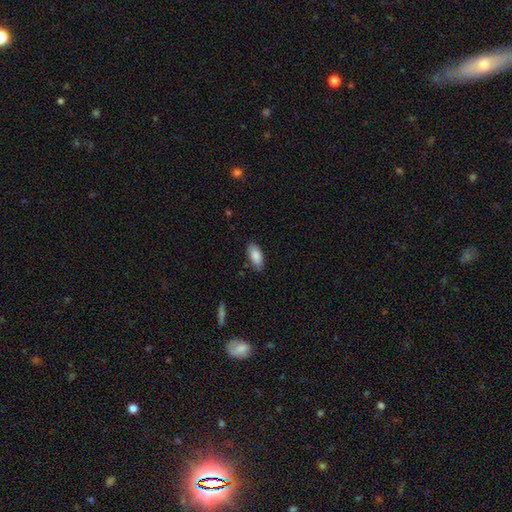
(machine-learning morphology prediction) smooth 87%, featured or disk 7%, star or artifact 6%. Down the decision tree: how rounded — in between (89%); merging — none (75%).